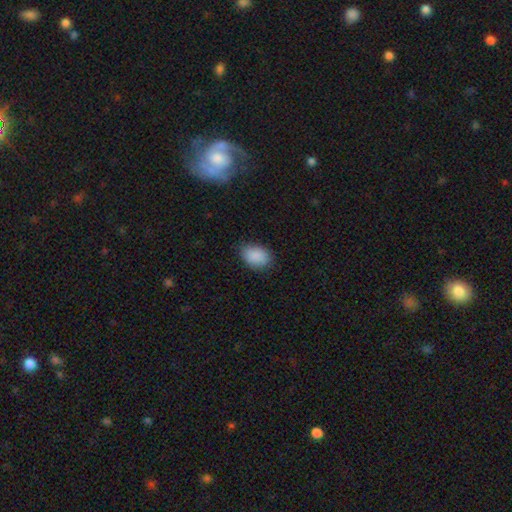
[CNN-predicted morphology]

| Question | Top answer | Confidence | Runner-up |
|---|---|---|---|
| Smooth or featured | smooth | 90% | star or artifact (7%) |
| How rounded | in between | 83% | round (16%) |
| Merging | none | 83% | minor disturbance (13%) |